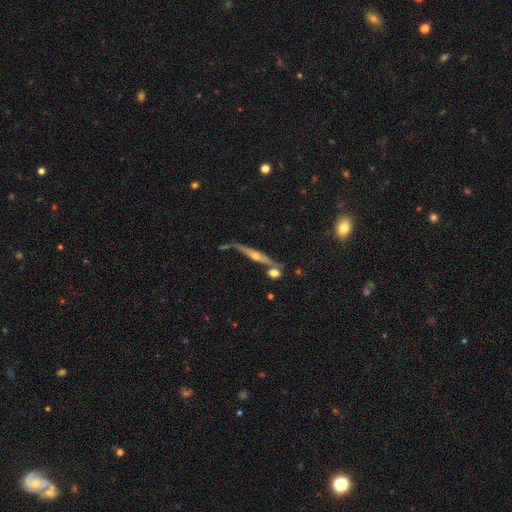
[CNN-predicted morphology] Smooth or featured: featured or disk — 75% (smooth — 18%)
Edge-on disk: yes — 93% (no — 7%)
Edge-on bulge: rounded — 87% (none — 8%)
Merging: none — 64% (minor disturbance — 16%)